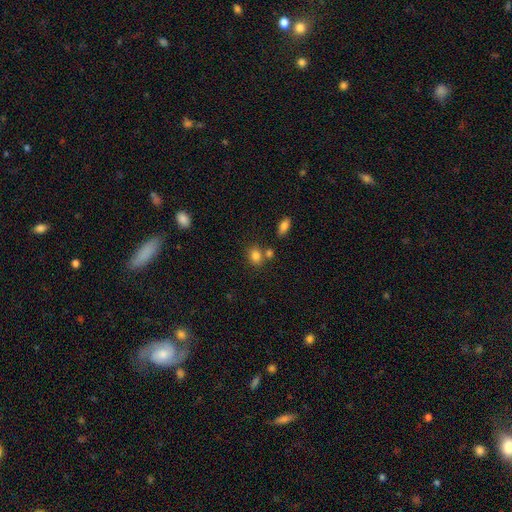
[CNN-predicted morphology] A smooth galaxy with no disk features (83%) that is in between round and cigar-shaped (56%). Merging: none (62%).